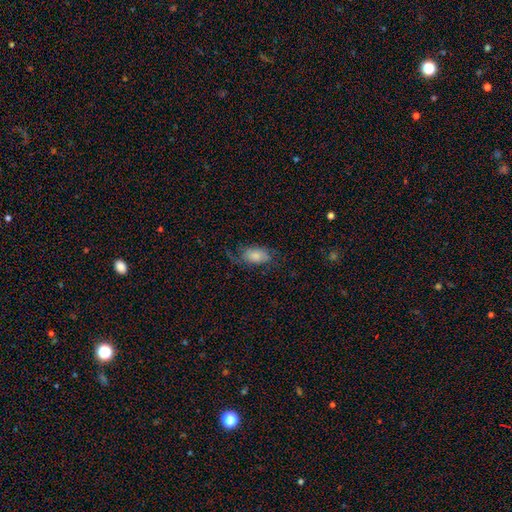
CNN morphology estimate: A smooth galaxy with no disk features (69%) that is in between round and cigar-shaped (91%). Merging: none (53%).